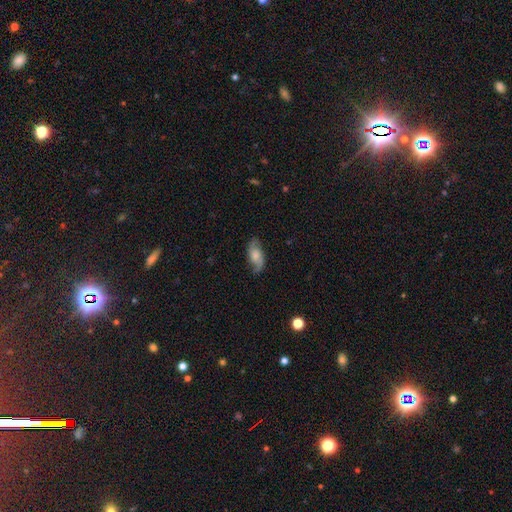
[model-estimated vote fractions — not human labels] This appears to be a featured or disk galaxy (61%) with no bar (63%), 2 (86%) loose (47%) spiral arms (91%) and a moderate central bulge (37%). Merging: none (75%).